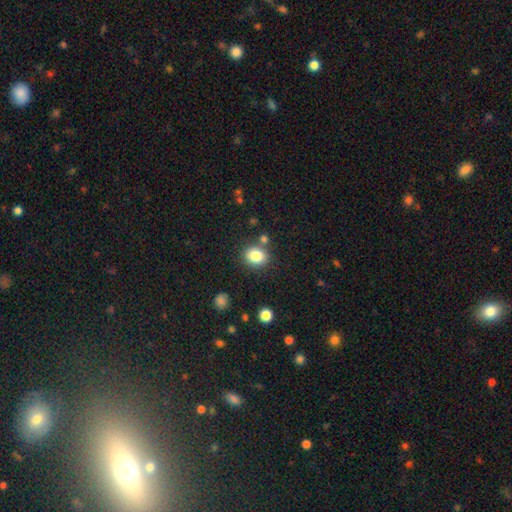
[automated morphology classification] Smooth or featured: smooth — 83% (star or artifact — 10%)
How rounded: round — 64% (in between — 35%)
Merging: none — 78% (minor disturbance — 10%)